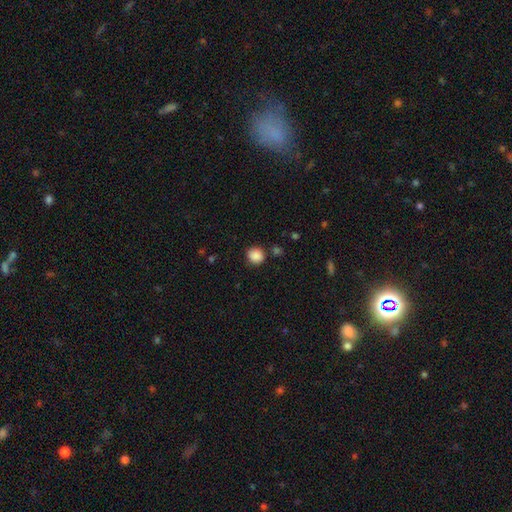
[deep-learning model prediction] Q: Smooth or featured?
A: smooth (88%); runner-up: star or artifact (9%)
Q: How rounded?
A: round (84%); runner-up: in between (15%)
Q: Merging?
A: none (83%); runner-up: minor disturbance (10%)